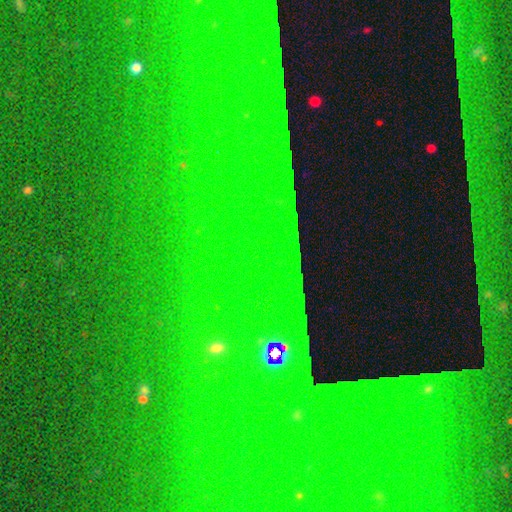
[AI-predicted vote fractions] A star or artifact, not a galaxy (84%).

Vote fractions:
- Smooth or featured? star or artifact: 84% / smooth: 8% / featured or disk: 8%